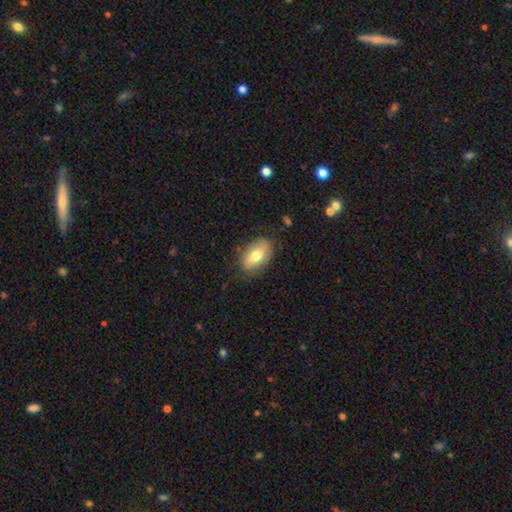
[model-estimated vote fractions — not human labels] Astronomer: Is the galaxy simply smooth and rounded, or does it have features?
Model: smooth — 68%.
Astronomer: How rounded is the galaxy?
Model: in between — 89%.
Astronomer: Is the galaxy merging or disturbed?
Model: none — 79%.